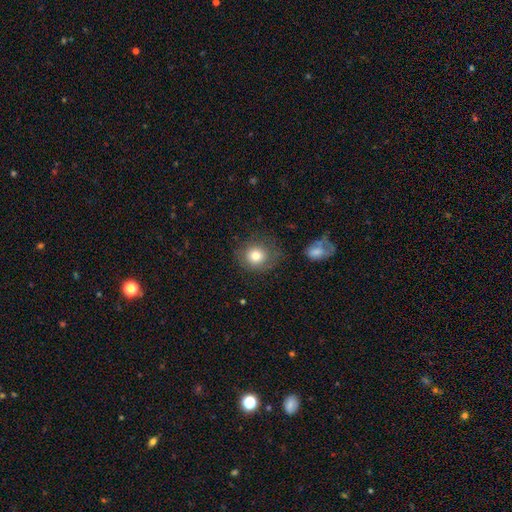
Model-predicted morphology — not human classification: type=smooth (78%); roundness=round (82%); merging=none (72%).